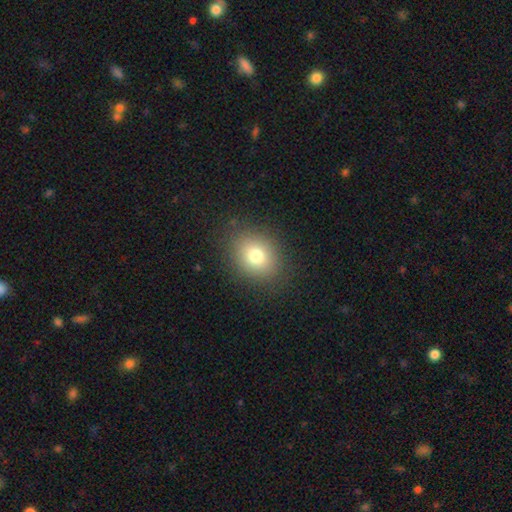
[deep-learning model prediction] smooth-or-featured: smooth: 77% | star or artifact: 13% | featured or disk: 10%
  how-rounded: round: 57% | in between: 42% | cigar-shaped: 1%
  merging: none: 86% | minor disturbance: 9% | major disturbance: 4% | merger: 1%